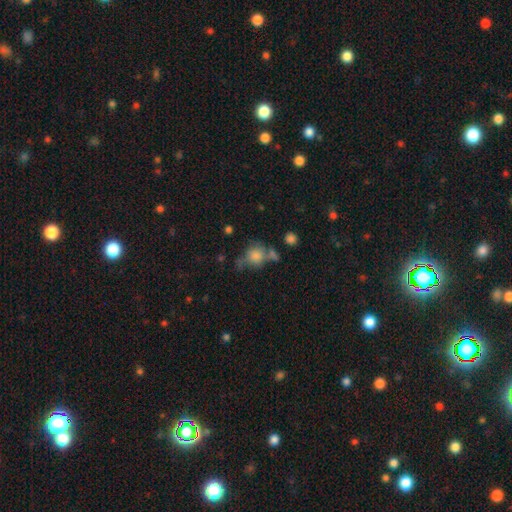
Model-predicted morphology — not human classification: type=smooth (74%); roundness=round (72%); merging=none (40%).